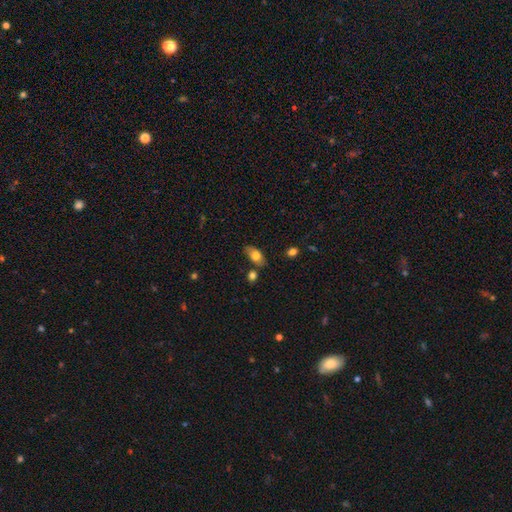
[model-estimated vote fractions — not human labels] A smooth galaxy with no disk features (75%) that is in between round and cigar-shaped (89%).

Vote fractions:
- Smooth or featured? smooth: 75% / featured or disk: 17% / star or artifact: 8%
- How rounded? in between: 89% / round: 5% / cigar-shaped: 5%
- Merging? none: 71% / minor disturbance: 17% / merger: 8% / major disturbance: 4%